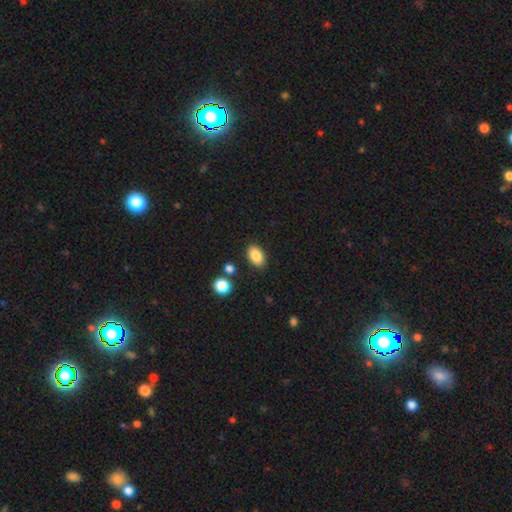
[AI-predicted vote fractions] Smooth or featured? smooth (86%)
How rounded? in between (89%)
Merging? none (86%)